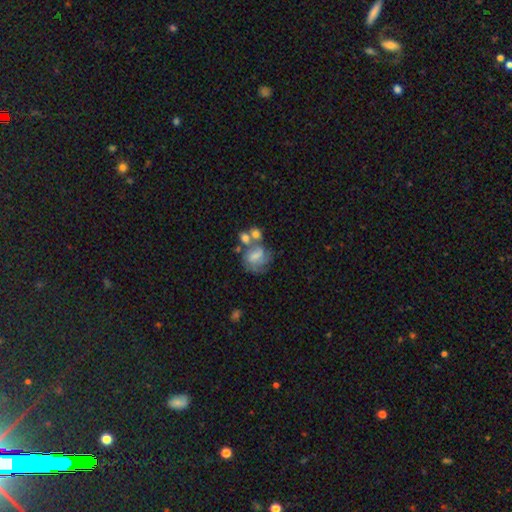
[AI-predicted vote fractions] Smooth or featured? Predicted: featured or disk (p=0.52). Edge-on disk? Predicted: no (p=0.97). Bar? Predicted: no (p=0.42). Spiral arms? Predicted: yes (p=0.66). Bulge size? Predicted: small (p=0.34). Merging? Predicted: merger (p=0.33).